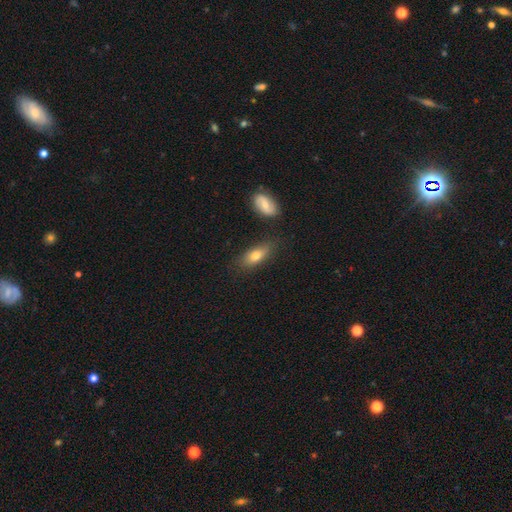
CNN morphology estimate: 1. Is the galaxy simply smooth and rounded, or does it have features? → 73% smooth, 19% featured or disk, 8% star or artifact.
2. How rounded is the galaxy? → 78% in between, 17% cigar-shaped, 5% round.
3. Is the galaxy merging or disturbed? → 75% none, 16% minor disturbance, 6% merger, 4% major disturbance.